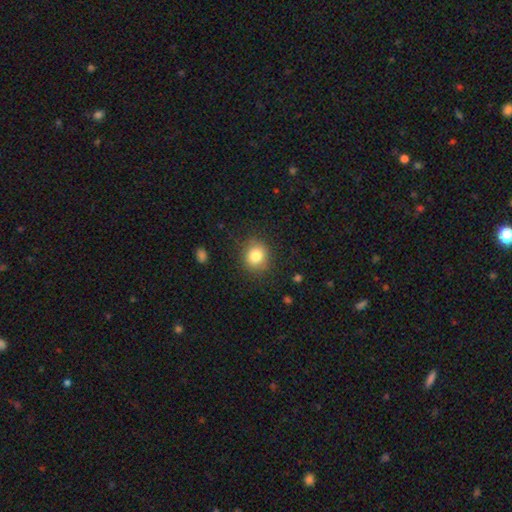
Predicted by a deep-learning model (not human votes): A smooth galaxy with no disk features (82%) that is round (80%).

Vote fractions:
- Smooth or featured? smooth: 82% / star or artifact: 10% / featured or disk: 8%
- How rounded? round: 80% / in between: 19% / cigar-shaped: 1%
- Merging? none: 86% / minor disturbance: 10% / major disturbance: 3% / merger: 1%